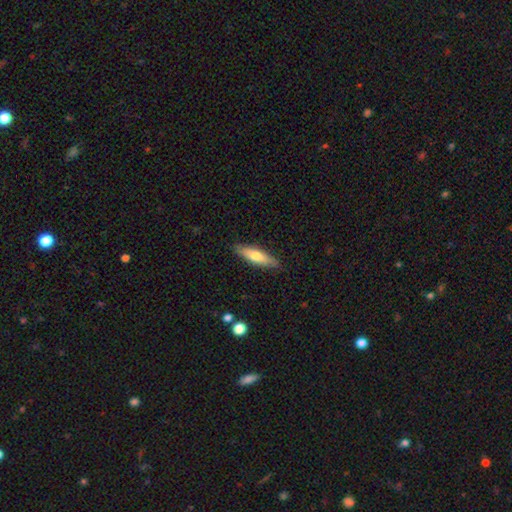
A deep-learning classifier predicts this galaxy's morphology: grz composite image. It shows a smooth galaxy with no disk features (66%) that is cigar-shaped (66%). Merging: none (87%).